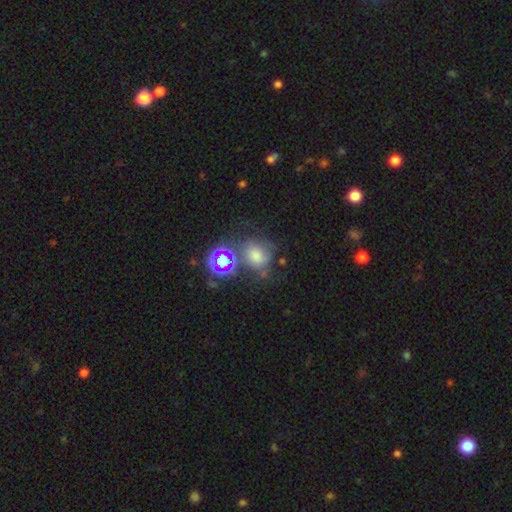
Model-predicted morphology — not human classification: Smooth or featured? smooth (46%)
Merging? none (49%)